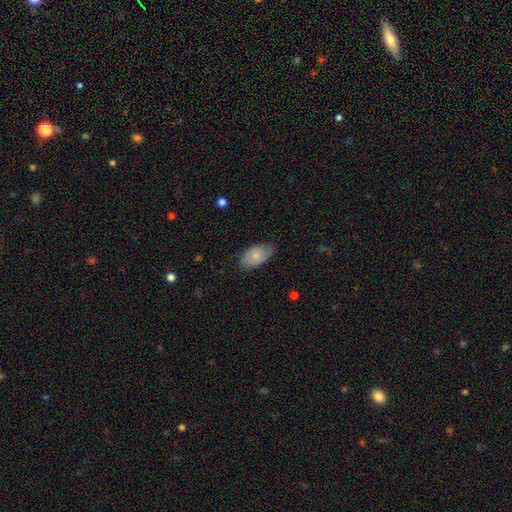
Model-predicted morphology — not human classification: Overall: smooth (69%). How rounded: in between (93%). Merging: none (66%; minor disturbance 28%).